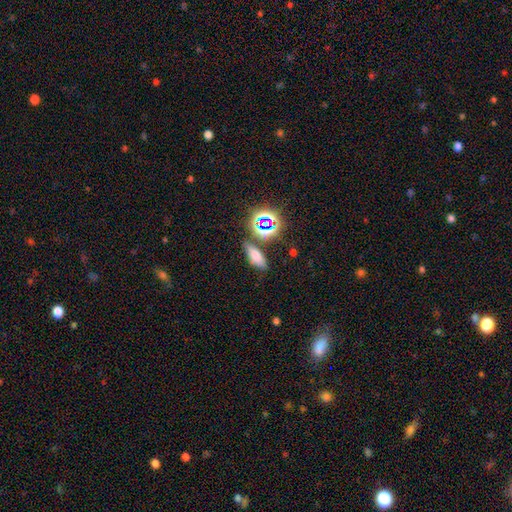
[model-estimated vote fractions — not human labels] Morphology: type=smooth (65%); roundness=in between (66%); merging=none (77%).